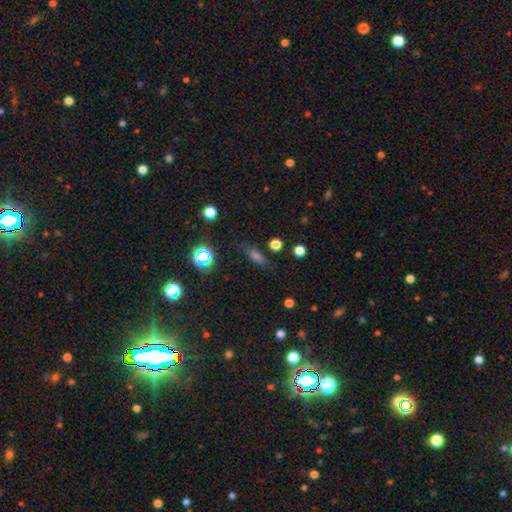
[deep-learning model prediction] This appears to be a smooth galaxy with no disk features (53%) that is cigar-shaped (53%). Merging: none (82%).